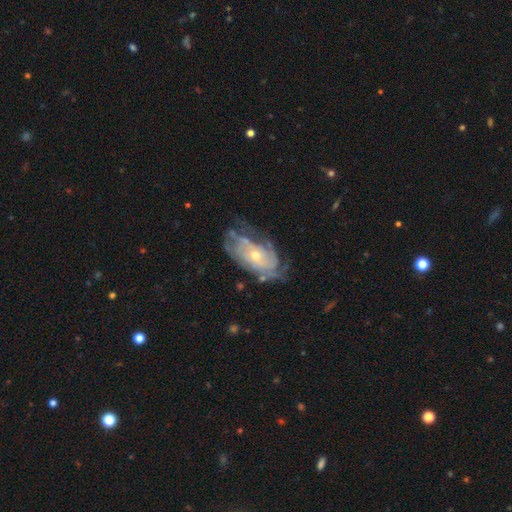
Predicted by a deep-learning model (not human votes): A featured or disk galaxy (80%) with no bar (78%), tight (60%) spiral arms (85%) and a small central bulge (55%).

Vote fractions:
- Smooth or featured? featured or disk: 80% / smooth: 14% / star or artifact: 6%
- Edge-on disk? no: 94% / yes: 6%
- Bar? no: 78% / weak: 19% / strong: 4%
- Spiral arms? yes: 85% / no: 15%
- Spiral winding? tight: 60% / medium: 29% / loose: 11%
- Spiral arm count? can't tell: 53% / 2: 17% / 3: 12% / 4: 9% / more than 4: 5% / 1: 5%
- Bulge size? small: 55% / moderate: 41% / large: 2% / none: 1% / dominant: 1%
- Merging? none: 56% / minor disturbance: 25% / major disturbance: 16% / merger: 3%